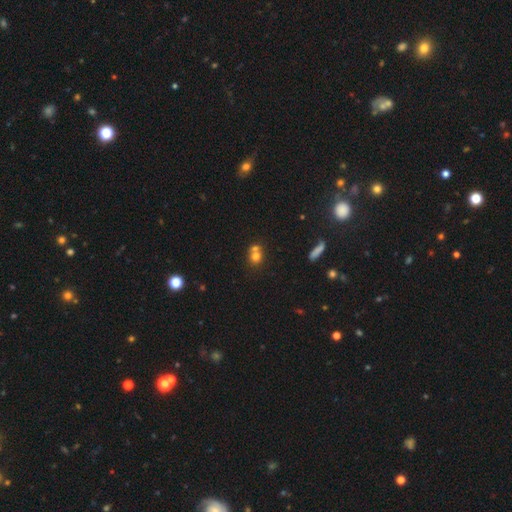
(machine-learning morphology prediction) Smooth or featured? Predicted: smooth (p=0.71). How rounded? Predicted: round (p=0.80). Merging? Predicted: merger (p=0.50).